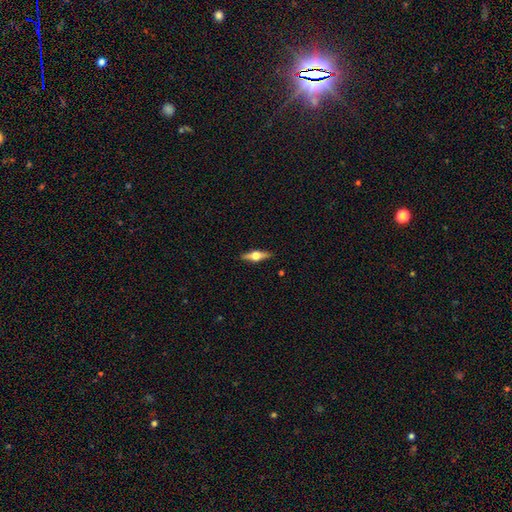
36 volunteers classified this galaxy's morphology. smooth-or-featured: featured or disk: 83% | smooth: 14% | star or artifact: 3%
  disk-edge-on: yes: 93% | no: 7%
    edge-on-bulge: rounded: 96% | boxy: 4% | none: 0%
  merging: none: 83% | minor disturbance: 11% | merger: 6% | major disturbance: 0%